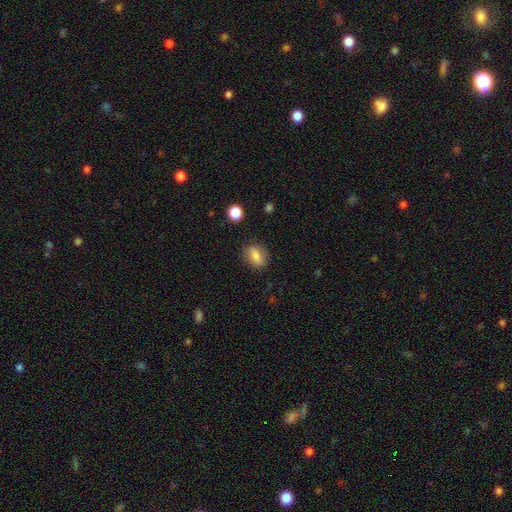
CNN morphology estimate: The model was most divided on "how rounded": in between: 72%, round: 24%, cigar-shaped: 5%. More confident: merging — none (81%); smooth or featured — smooth (79%).